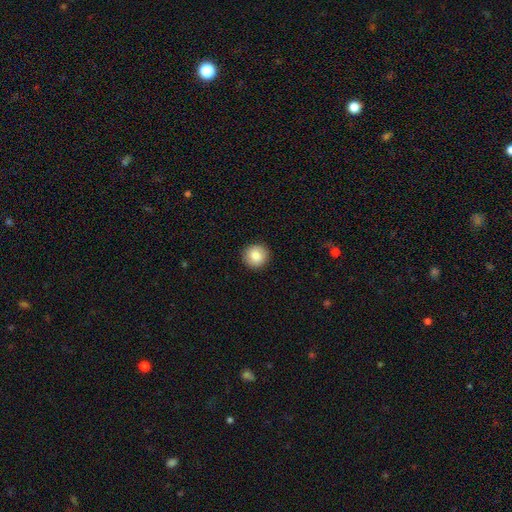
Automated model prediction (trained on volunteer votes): Smooth or featured? smooth (86%)
How rounded? round (94%)
Merging? none (92%)